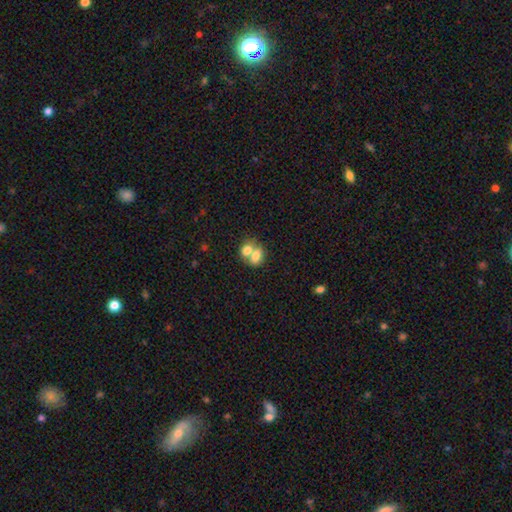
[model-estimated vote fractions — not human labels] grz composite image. It shows a smooth galaxy with no disk features (73%) that is in between round and cigar-shaped (70%). Merging: merger (67%).